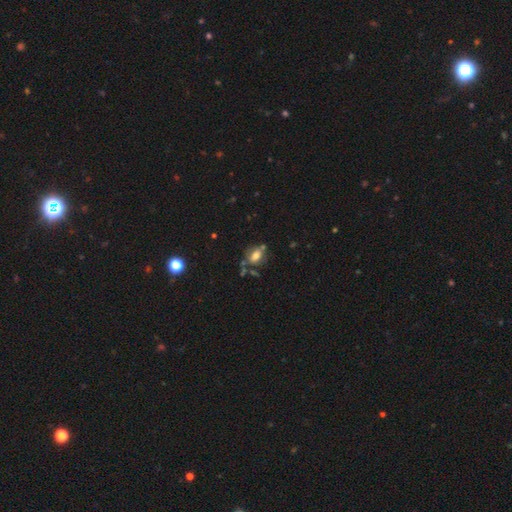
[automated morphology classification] Smooth or featured? Predicted: smooth (p=0.68). How rounded? Predicted: in between (p=0.77). Merging? Predicted: none (p=0.54).